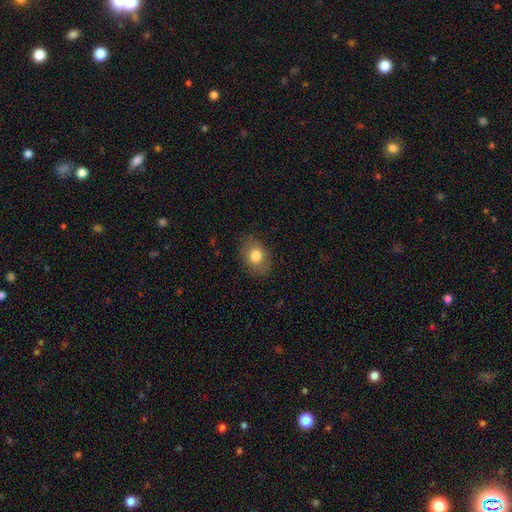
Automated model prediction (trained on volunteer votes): Smooth or featured: smooth — 78% (featured or disk — 14%)
How rounded: in between — 71% (round — 28%)
Merging: none — 82% (minor disturbance — 13%)